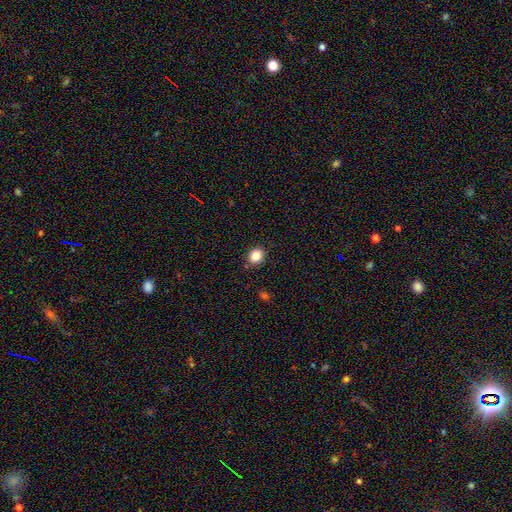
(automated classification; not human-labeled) A smooth galaxy with no disk features (84%) that is round (68%).

Vote fractions:
- Smooth or featured? smooth: 84% / star or artifact: 11% / featured or disk: 5%
- How rounded? round: 68% / in between: 31% / cigar-shaped: 1%
- Merging? none: 89% / minor disturbance: 7% / major disturbance: 2% / merger: 1%